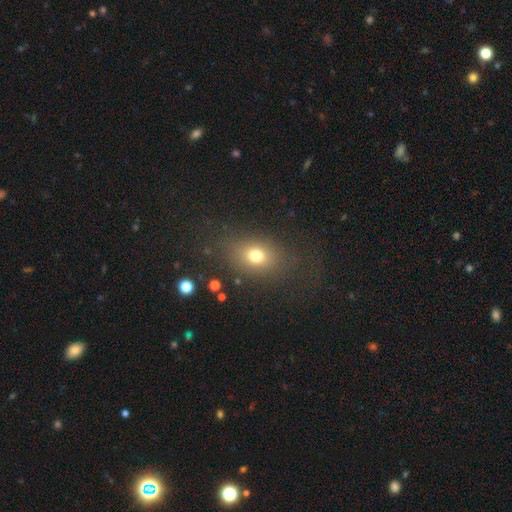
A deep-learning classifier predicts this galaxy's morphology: A smooth galaxy with no disk features (74%) that is in between round and cigar-shaped (59%).

Vote fractions:
- Smooth or featured? smooth: 74% / star or artifact: 15% / featured or disk: 11%
- How rounded? in between: 59% / round: 39% / cigar-shaped: 2%
- Merging? none: 79% / minor disturbance: 12% / major disturbance: 7% / merger: 2%